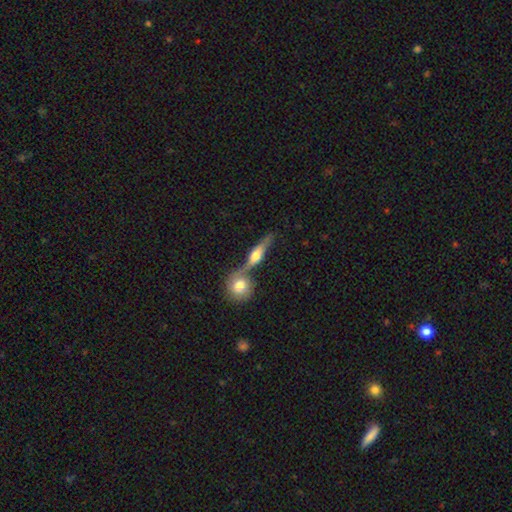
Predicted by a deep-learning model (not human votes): smooth-or-featured: featured or disk: 54% | smooth: 38% | star or artifact: 7%
  disk-edge-on: yes: 85% | no: 15%
  merging: none: 47% | merger: 39% | minor disturbance: 10% | major disturbance: 4%